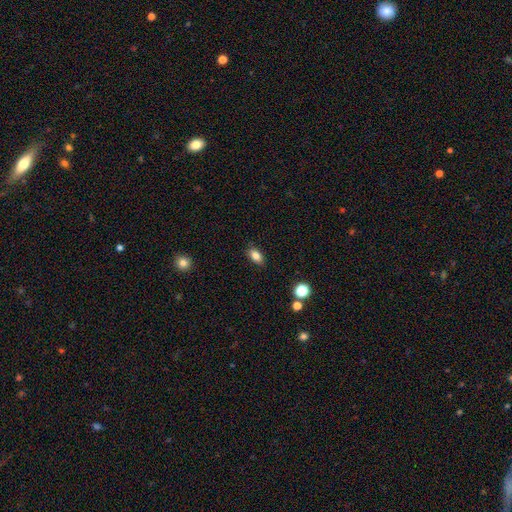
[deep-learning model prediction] This is clearly a smooth galaxy (82%). How rounded: clearly in between (86%). Merging: clearly none (86%).